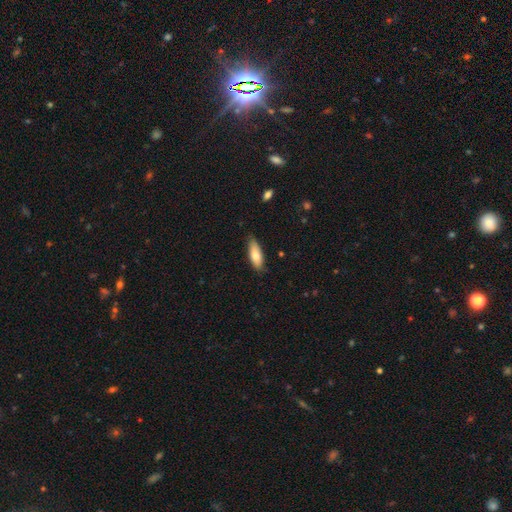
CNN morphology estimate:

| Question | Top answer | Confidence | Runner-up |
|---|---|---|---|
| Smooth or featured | smooth | 76% | featured or disk (17%) |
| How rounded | in between | 64% | cigar-shaped (34%) |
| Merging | none | 81% | minor disturbance (16%) |